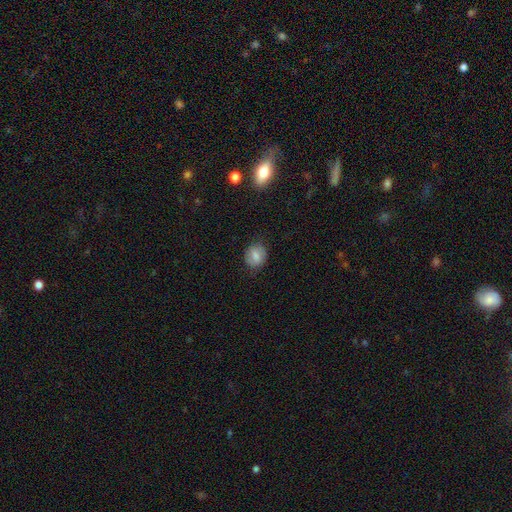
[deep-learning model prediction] This appears to be a smooth galaxy with no disk features (76%) that is round (58%). Merging: none (78%).